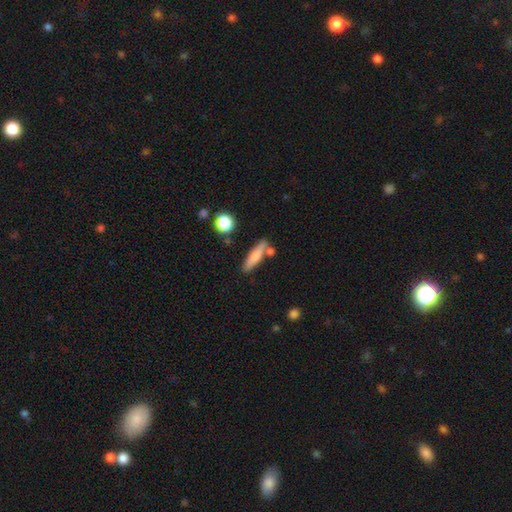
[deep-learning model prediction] Smooth or featured? Predicted: smooth (p=0.72). How rounded? Predicted: cigar-shaped (p=0.77). Merging? Predicted: none (p=0.72).